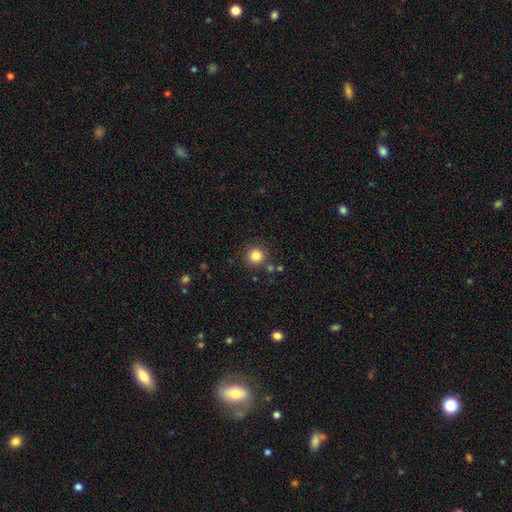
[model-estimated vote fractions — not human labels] This appears to be a smooth galaxy with no disk features (84%) that is round (94%). Merging: none (85%).